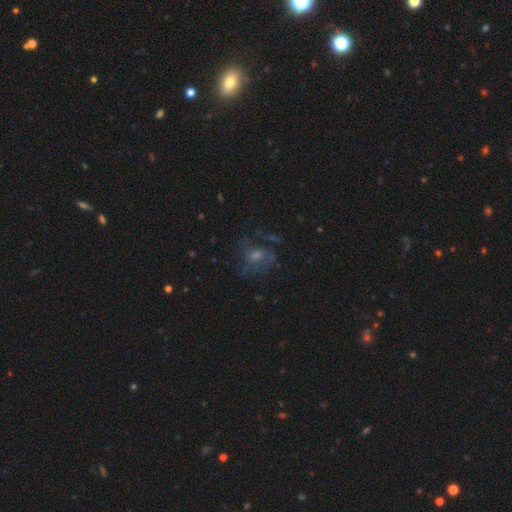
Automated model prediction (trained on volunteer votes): This appears to be a featured or disk galaxy (51%). Merging: none (51%).